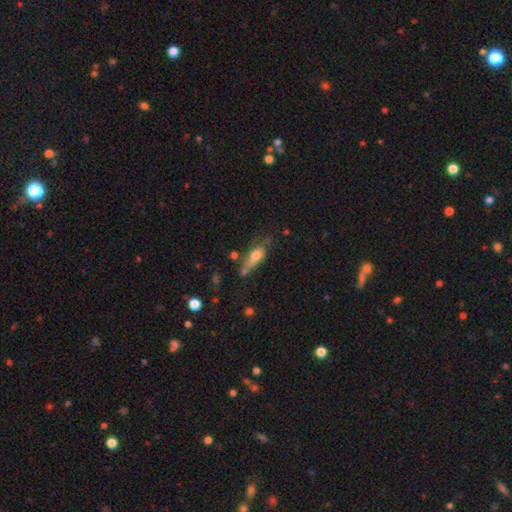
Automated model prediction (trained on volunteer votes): Q: Smooth or featured?
A: smooth (58%); runner-up: featured or disk (33%)
Q: How rounded?
A: in between (53%); runner-up: cigar-shaped (41%)
Q: Merging?
A: none (35%); runner-up: minor disturbance (29%)